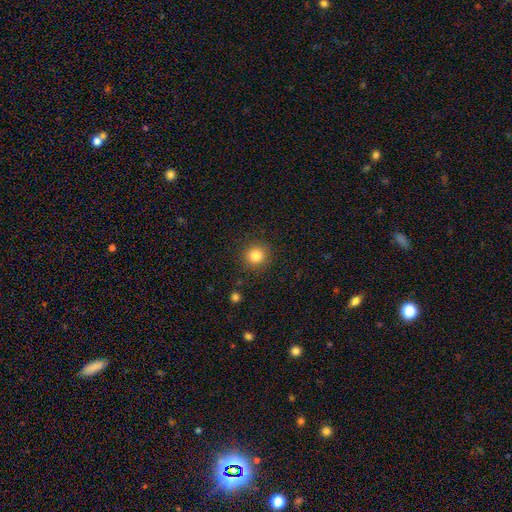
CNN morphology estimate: This appears to be a smooth galaxy with no disk features (84%) that is round (92%). Merging: none (89%).